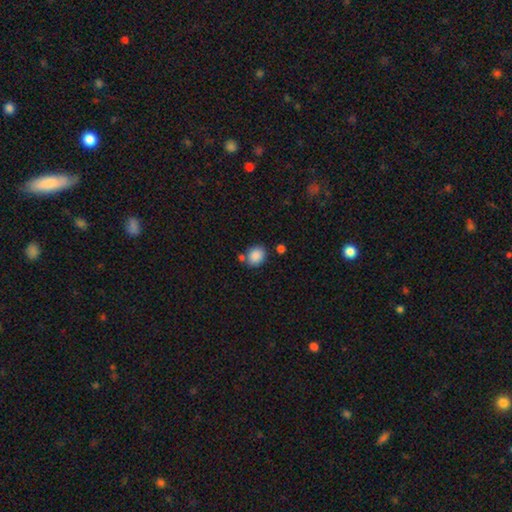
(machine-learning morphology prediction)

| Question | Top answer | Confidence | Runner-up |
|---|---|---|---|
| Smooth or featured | smooth | 87% | star or artifact (9%) |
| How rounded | round | 58% | in between (41%) |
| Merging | none | 69% | minor disturbance (14%) |